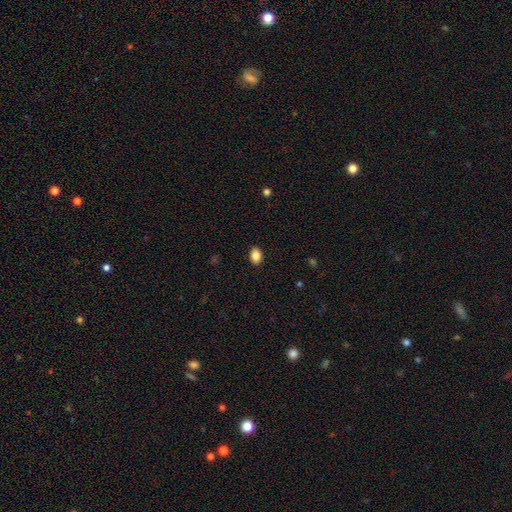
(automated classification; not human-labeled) Smooth or featured?
  - smooth: 87% *
  - star or artifact: 9%
  - featured or disk: 4%
How rounded?
  - in between: 77% *
  - round: 22%
  - cigar-shaped: 1%
Merging?
  - none: 90% *
  - minor disturbance: 7%
  - major disturbance: 2%
  - merger: 1%